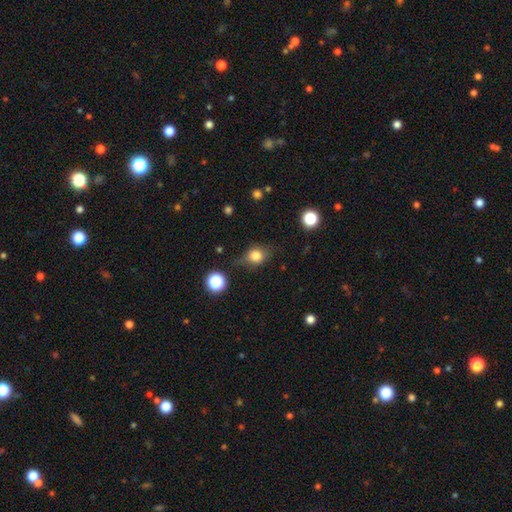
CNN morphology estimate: This is likely a smooth galaxy (76%). How rounded: possibly round (55%). Merging: likely none (64%).